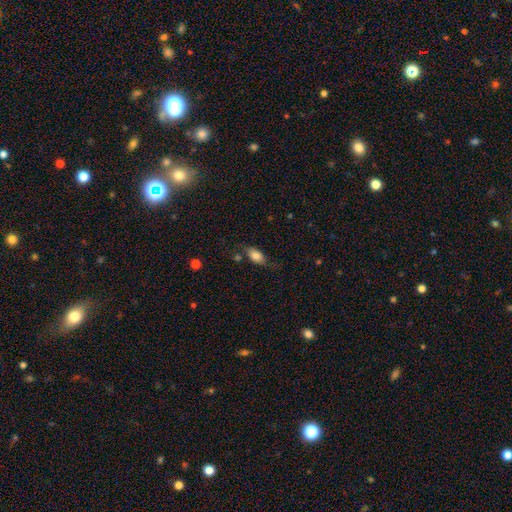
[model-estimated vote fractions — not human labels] smooth 74%, featured or disk 18%, star or artifact 8%. Down the decision tree: how rounded — in between (87%); merging — none (63%).